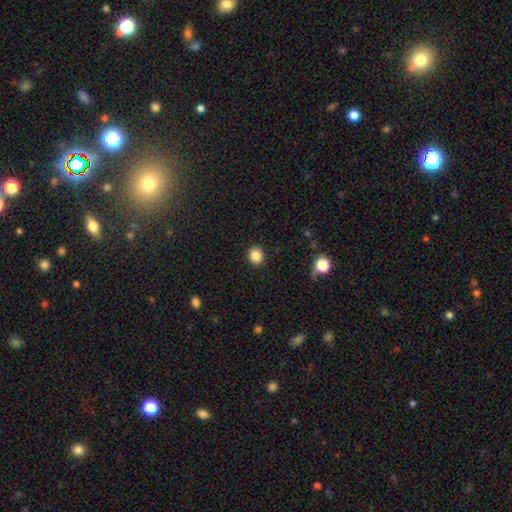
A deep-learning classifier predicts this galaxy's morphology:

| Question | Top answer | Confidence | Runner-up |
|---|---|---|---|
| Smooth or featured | smooth | 86% | star or artifact (10%) |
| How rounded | round | 67% | in between (32%) |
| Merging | none | 90% | minor disturbance (7%) |